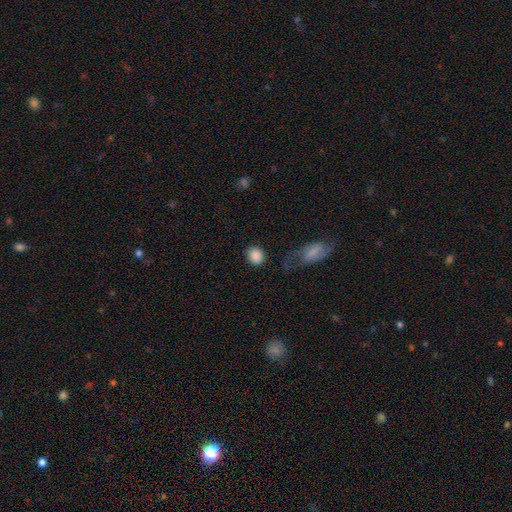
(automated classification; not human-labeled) Overall: smooth (87%). How rounded: round (73%). Merging: none (79%).